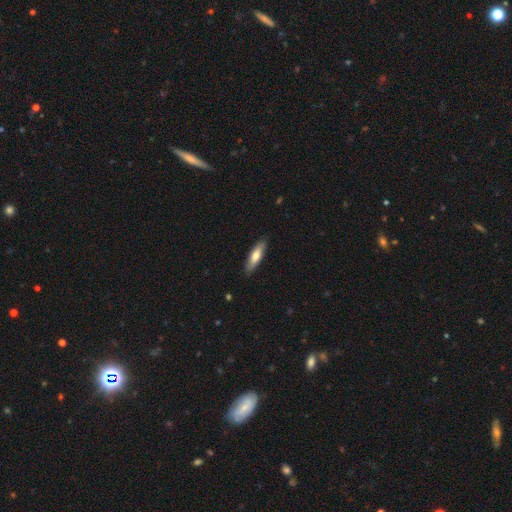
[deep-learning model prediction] smooth 68%, featured or disk 27%, star or artifact 5%. Down the decision tree: how rounded — cigar-shaped (64%); merging — none (87%).